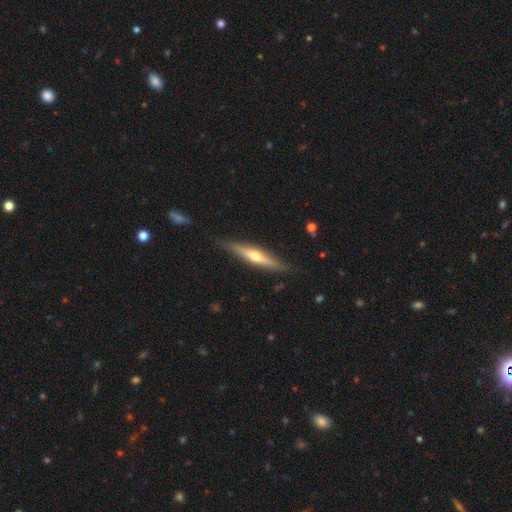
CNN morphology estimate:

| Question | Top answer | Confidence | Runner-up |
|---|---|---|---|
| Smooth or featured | featured or disk | 65% | smooth (29%) |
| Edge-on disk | yes | 96% | no (4%) |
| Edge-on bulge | rounded | 87% | none (9%) |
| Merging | none | 87% | minor disturbance (10%) |